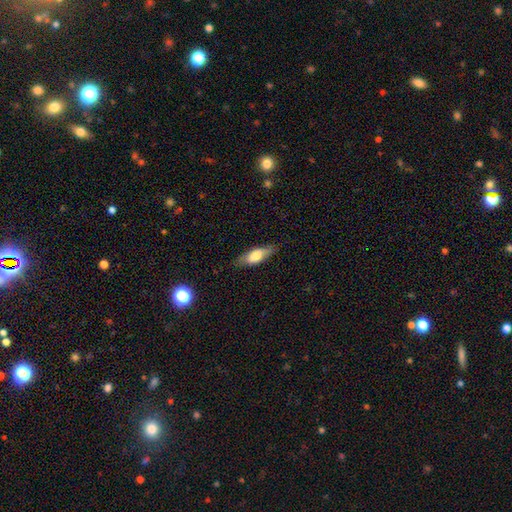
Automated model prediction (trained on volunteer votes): The model was most divided on "how rounded": in between: 63%, cigar-shaped: 34%, round: 3%. More confident: merging — none (80%); smooth or featured — smooth (67%).